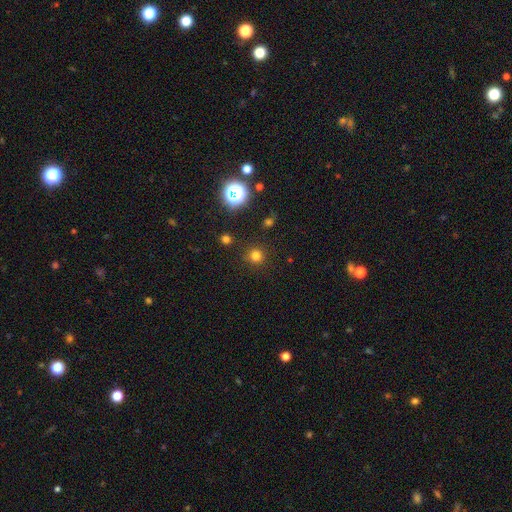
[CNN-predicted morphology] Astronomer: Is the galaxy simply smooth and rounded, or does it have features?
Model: smooth — 75%.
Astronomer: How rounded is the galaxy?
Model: round — 95%.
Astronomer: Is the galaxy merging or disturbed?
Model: none — 89%.